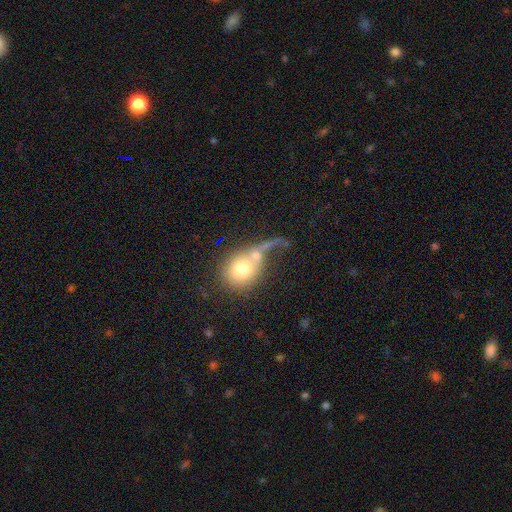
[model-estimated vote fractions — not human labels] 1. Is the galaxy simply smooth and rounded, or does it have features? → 65% smooth, 26% featured or disk, 9% star or artifact.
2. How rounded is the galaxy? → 67% round, 29% in between, 3% cigar-shaped.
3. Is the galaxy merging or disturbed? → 45% merger, 26% major disturbance, 20% none, 9% minor disturbance.